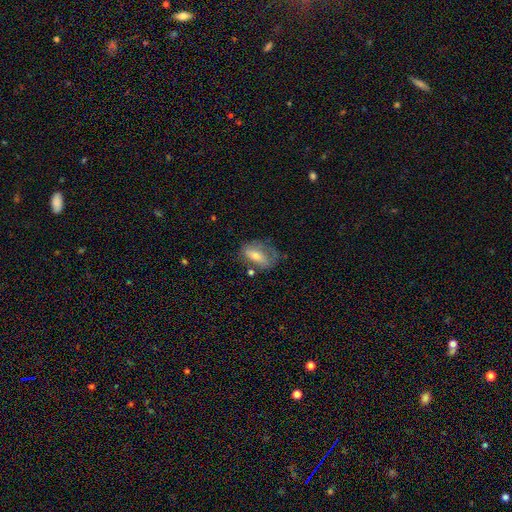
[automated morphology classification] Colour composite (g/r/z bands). It shows a smooth galaxy with no disk features (48%). Merging: none (46%).